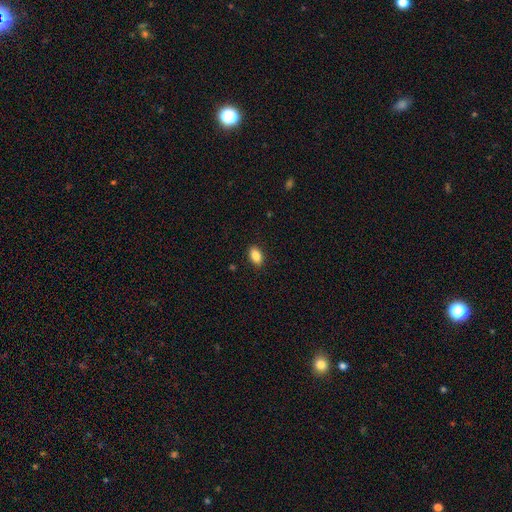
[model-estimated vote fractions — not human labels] Smooth or featured: smooth — 87% (star or artifact — 8%)
How rounded: in between — 89% (round — 8%)
Merging: none — 89% (minor disturbance — 8%)